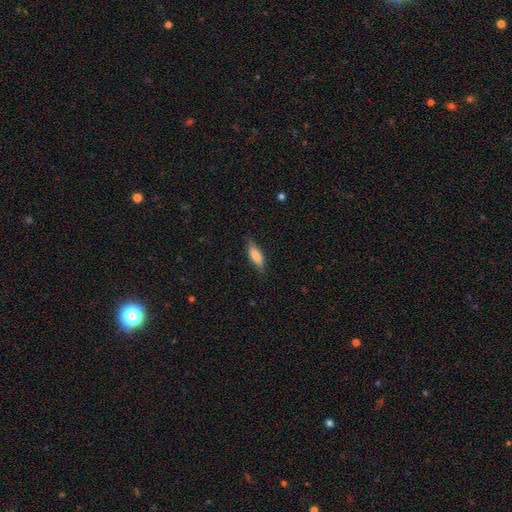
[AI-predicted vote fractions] smooth_or_featured: smooth (p=0.72) [alt: featured or disk p=0.22]
how_rounded: cigar-shaped (p=0.52) [alt: in between p=0.46]
merging: none (p=0.82) [alt: minor disturbance p=0.14]